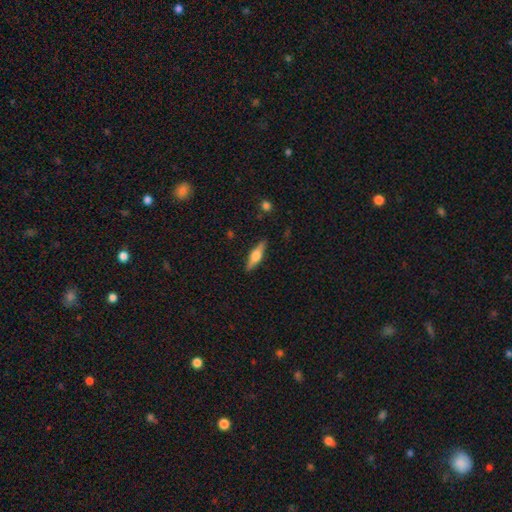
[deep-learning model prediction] Morphology: type=featured or disk (59%); edge-on=yes (96%); edge-on bulge=rounded (91%); merging=none (89%).